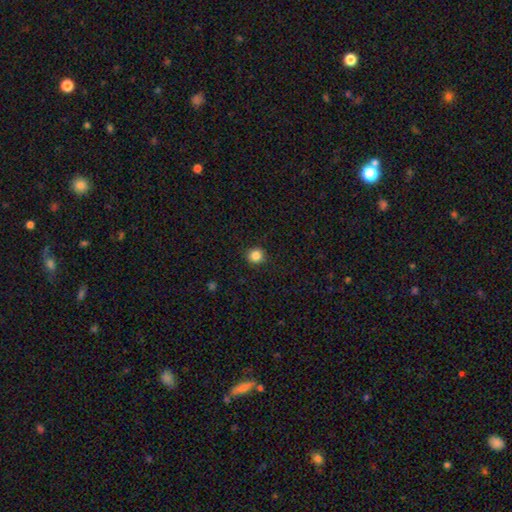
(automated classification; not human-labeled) smooth_or_featured: smooth (p=0.85) [alt: star or artifact p=0.11]
how_rounded: round (p=0.92) [alt: in between p=0.07]
merging: none (p=0.90) [alt: minor disturbance p=0.07]